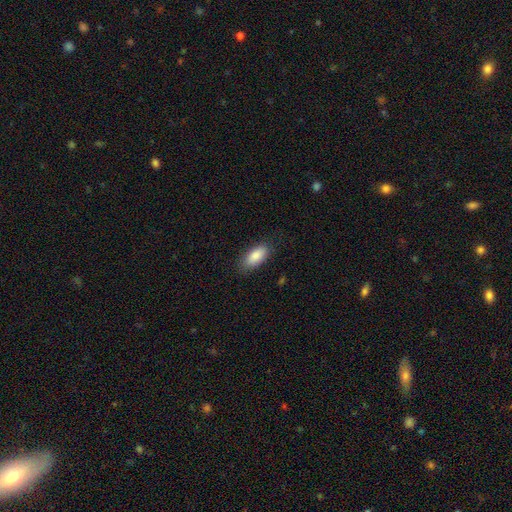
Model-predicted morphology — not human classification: Smooth or featured? Predicted: smooth (p=0.86). How rounded? Predicted: in between (p=0.88). Merging? Predicted: none (p=0.83).